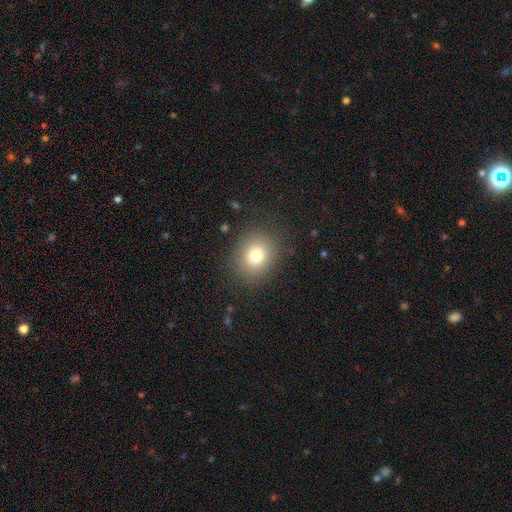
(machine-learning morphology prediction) Smooth or featured: smooth — 76% (star or artifact — 14%)
How rounded: round — 74% (in between — 25%)
Merging: none — 86% (minor disturbance — 9%)